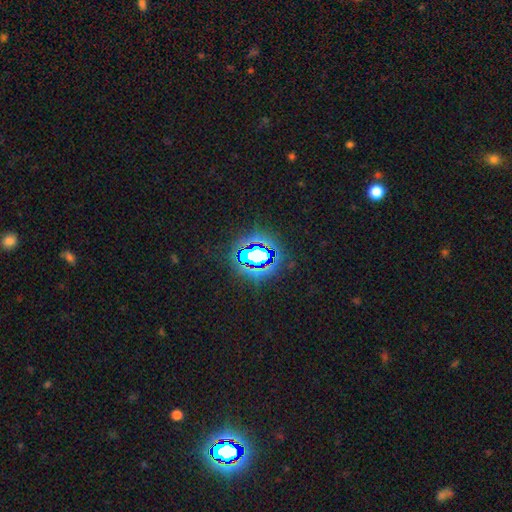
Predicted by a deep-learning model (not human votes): The model was most divided on "smooth or featured": star or artifact: 68%, smooth: 19%, featured or disk: 12%.